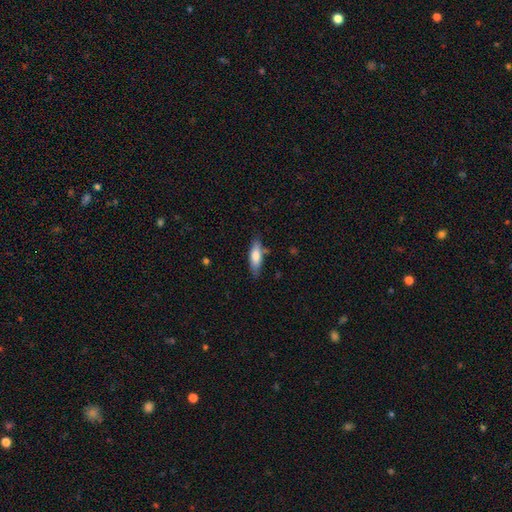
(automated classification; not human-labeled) Smooth or featured: smooth — 76% (featured or disk — 18%)
How rounded: in between — 52% (cigar-shaped — 46%)
Merging: none — 75% (minor disturbance — 17%)